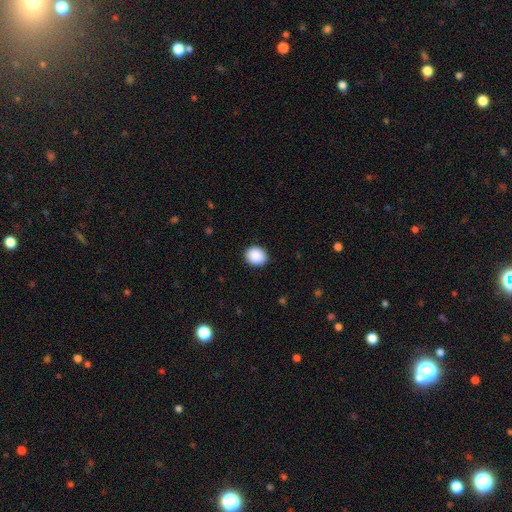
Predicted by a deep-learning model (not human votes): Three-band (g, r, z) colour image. It shows a smooth galaxy with no disk features (90%) that is round (67%). Merging: none (90%).